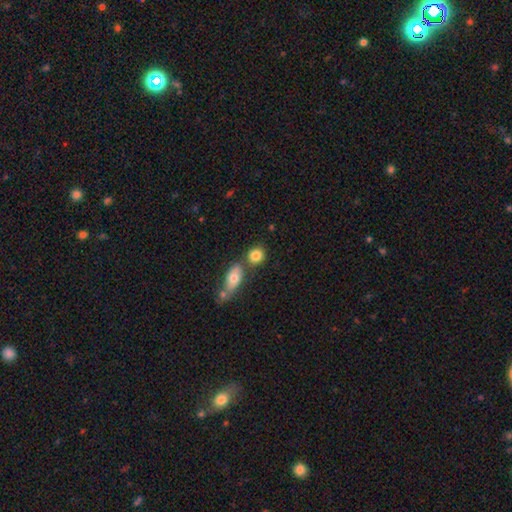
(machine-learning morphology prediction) Smooth or featured: smooth — 82% (featured or disk — 10%)
How rounded: round — 65% (in between — 33%)
Merging: none — 55% (merger — 30%)